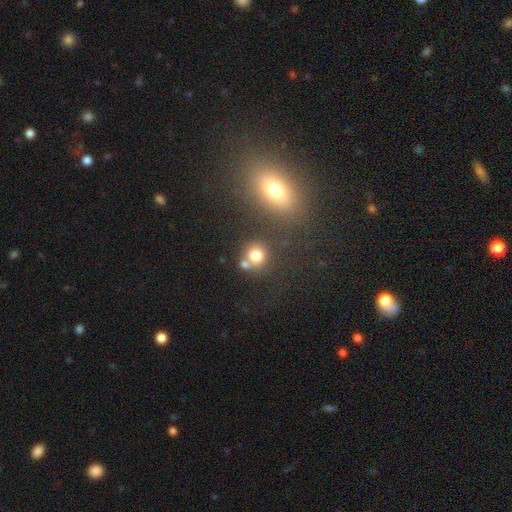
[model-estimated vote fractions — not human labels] smooth 77%, star or artifact 14%, featured or disk 9%. Down the decision tree: how rounded — round (84%); merging — none (56%).